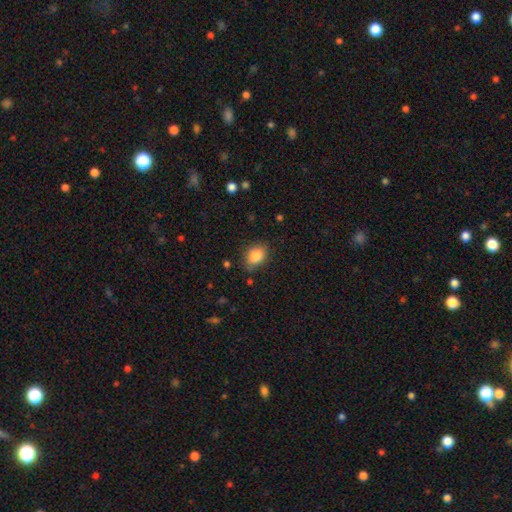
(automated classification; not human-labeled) A smooth galaxy with no disk features (85%) that is in between round and cigar-shaped (61%). Merging: none (80%).